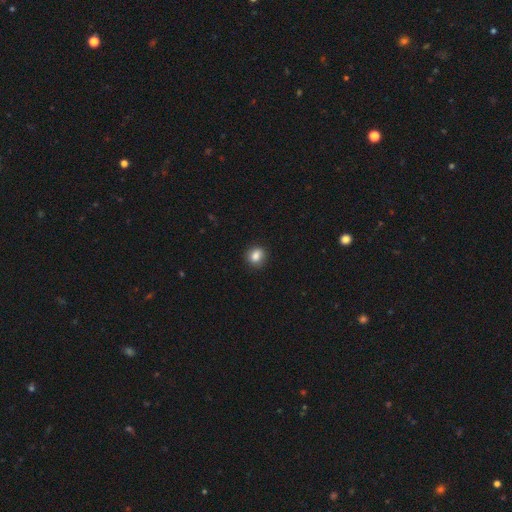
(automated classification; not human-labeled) This is clearly a smooth galaxy (85%). How rounded: likely round (66%). Merging: clearly none (85%).